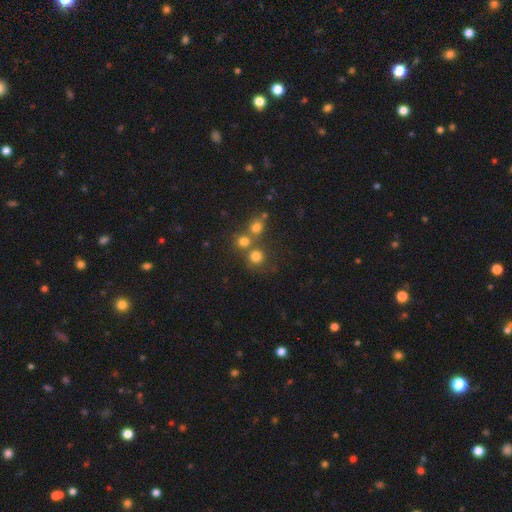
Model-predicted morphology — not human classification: smooth 75%, star or artifact 17%, featured or disk 9%. Down the decision tree: how rounded — round (89%); merging — none (58%).